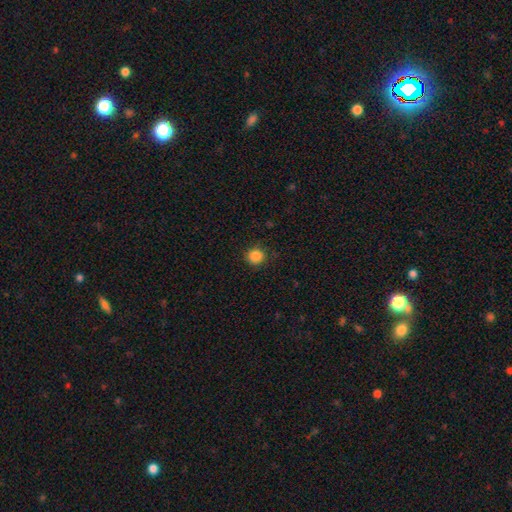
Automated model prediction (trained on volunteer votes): smooth 85%, star or artifact 11%, featured or disk 4%. Down the decision tree: how rounded — round (93%); merging — none (88%).